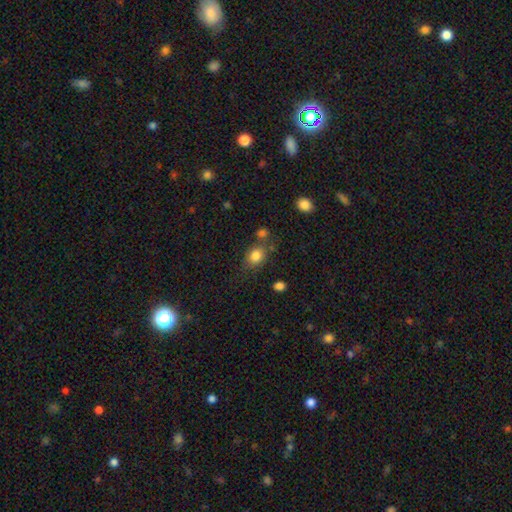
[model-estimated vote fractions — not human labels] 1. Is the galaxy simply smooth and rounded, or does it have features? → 82% smooth, 10% star or artifact, 8% featured or disk.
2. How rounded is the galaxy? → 54% in between, 45% round, 1% cigar-shaped.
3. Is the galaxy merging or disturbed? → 67% none, 16% minor disturbance, 12% merger, 5% major disturbance.